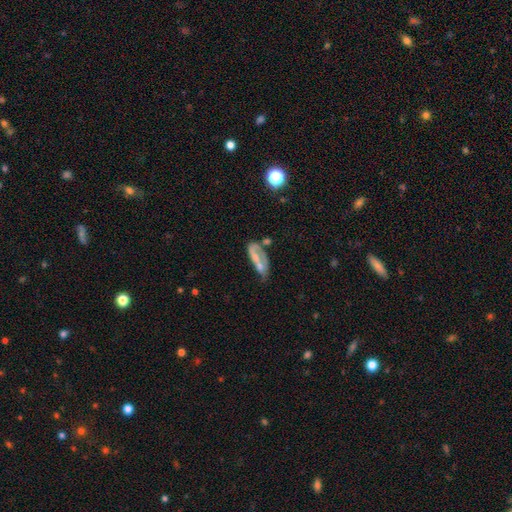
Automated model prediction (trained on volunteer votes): Smooth or featured? Predicted: featured or disk (p=0.50). Edge-on disk? Predicted: no (p=0.88). Merging? Predicted: major disturbance (p=0.32).